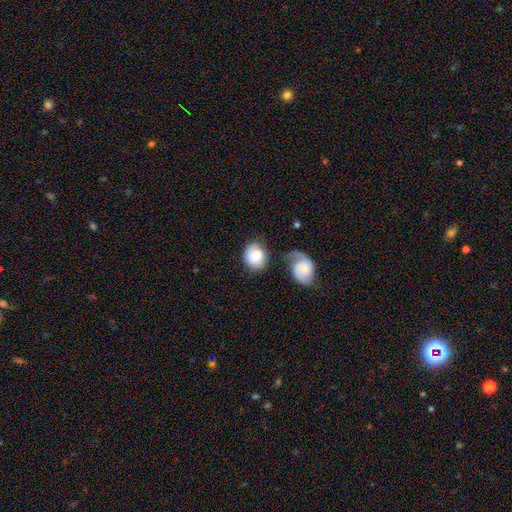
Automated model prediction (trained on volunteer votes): A smooth galaxy with no disk features (78%) that is round (65%).

Vote fractions:
- Smooth or featured? smooth: 78% / featured or disk: 16% / star or artifact: 6%
- How rounded? round: 65% / in between: 34% / cigar-shaped: 1%
- Merging? none: 47% / merger: 23% / minor disturbance: 20% / major disturbance: 11%